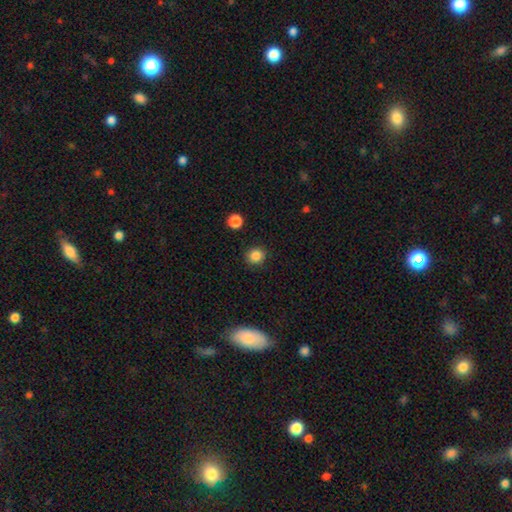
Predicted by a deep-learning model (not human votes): smooth 85%, star or artifact 11%, featured or disk 4%. Down the decision tree: how rounded — round (87%); merging — none (89%).